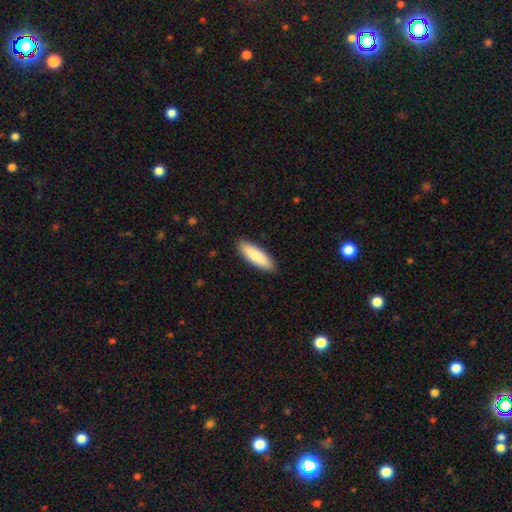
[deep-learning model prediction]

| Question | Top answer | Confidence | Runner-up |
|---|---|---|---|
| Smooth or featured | smooth | 87% | featured or disk (7%) |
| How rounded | cigar-shaped | 53% | in between (46%) |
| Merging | none | 90% | minor disturbance (8%) |